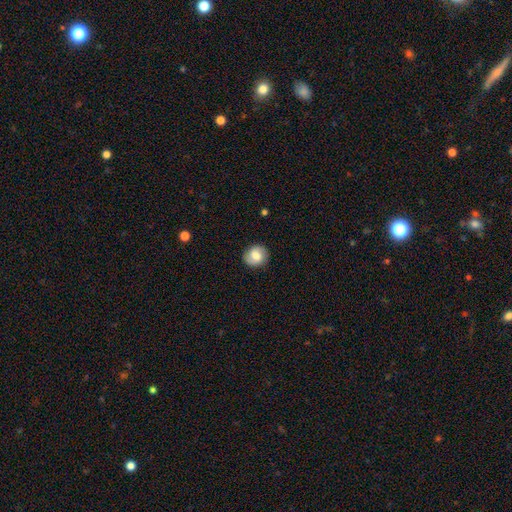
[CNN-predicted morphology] Smooth or featured?
  - smooth: 59% *
  - featured or disk: 33%
  - star or artifact: 8%
How rounded?
  - round: 82% *
  - in between: 17%
  - cigar-shaped: 1%
Merging?
  - none: 86% *
  - minor disturbance: 10%
  - major disturbance: 3%
  - merger: 1%